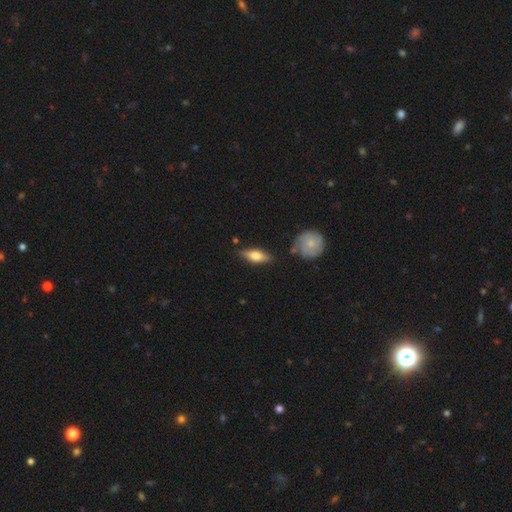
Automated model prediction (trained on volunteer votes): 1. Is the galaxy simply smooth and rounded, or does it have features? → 53% smooth, 40% featured or disk, 6% star or artifact.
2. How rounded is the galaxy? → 63% in between, 34% cigar-shaped, 4% round.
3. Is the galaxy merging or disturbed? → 79% none, 14% minor disturbance, 4% merger, 3% major disturbance.